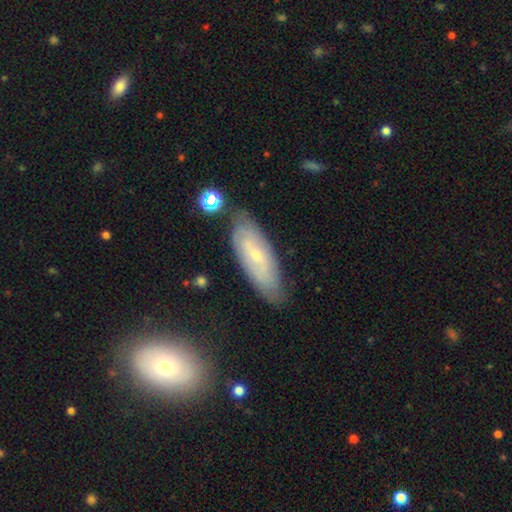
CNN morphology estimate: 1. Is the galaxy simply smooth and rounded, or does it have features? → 59% featured or disk, 33% smooth, 8% star or artifact.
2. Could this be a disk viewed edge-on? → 83% no, 17% yes.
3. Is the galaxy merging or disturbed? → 76% none, 18% minor disturbance, 4% major disturbance, 3% merger.